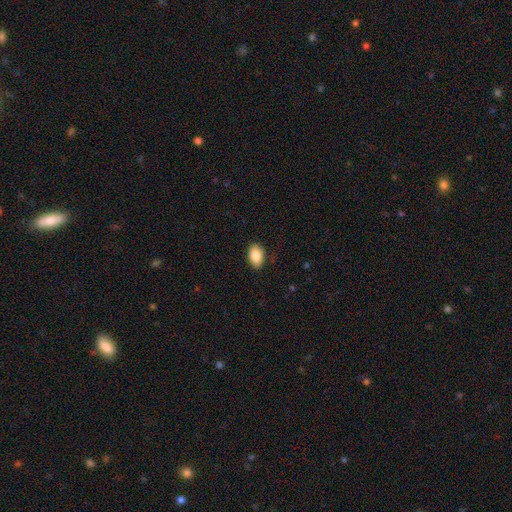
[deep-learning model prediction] A smooth galaxy with no disk features (86%) that is in between round and cigar-shaped (89%).

Vote fractions:
- Smooth or featured? smooth: 86% / star or artifact: 7% / featured or disk: 6%
- How rounded? in between: 89% / round: 9% / cigar-shaped: 1%
- Merging? none: 87% / minor disturbance: 10% / major disturbance: 2% / merger: 1%